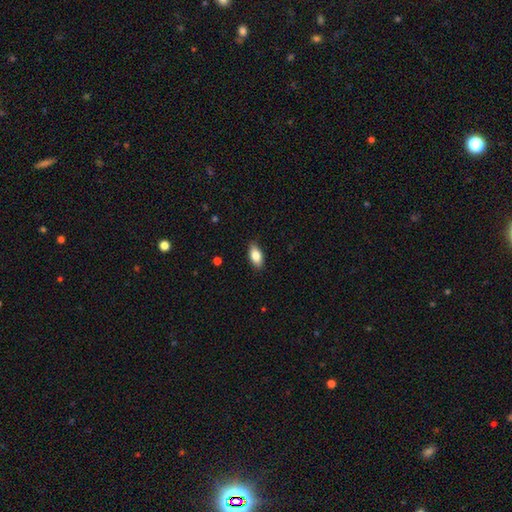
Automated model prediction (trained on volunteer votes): Smooth or featured?
  - smooth: 83% *
  - featured or disk: 10%
  - star or artifact: 7%
How rounded?
  - in between: 89% *
  - cigar-shaped: 7%
  - round: 4%
Merging?
  - none: 88% *
  - minor disturbance: 10%
  - major disturbance: 2%
  - merger: 1%